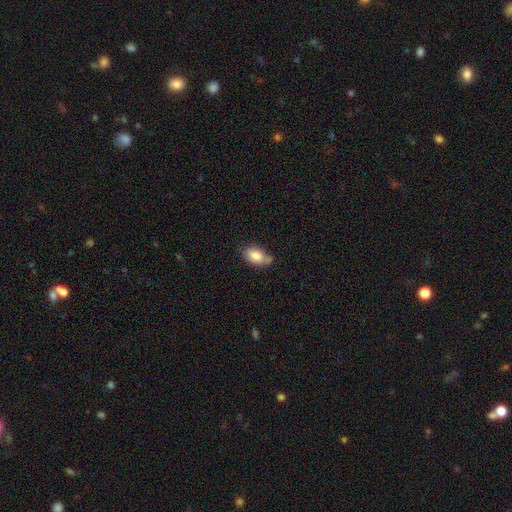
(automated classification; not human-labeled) This appears to be a smooth galaxy with no disk features (82%) that is in between round and cigar-shaped (90%). Merging: none (56%).